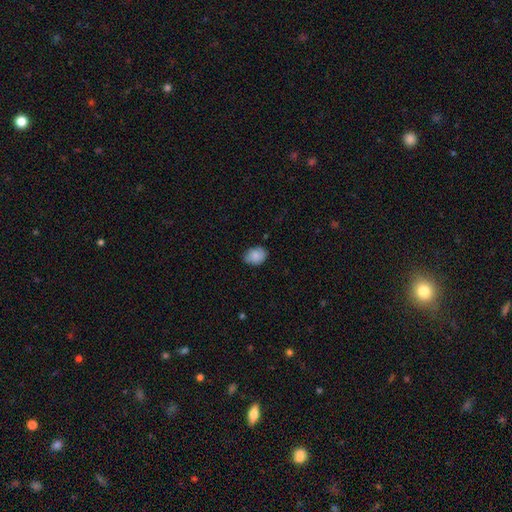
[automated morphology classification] smooth 86%, star or artifact 7%, featured or disk 7%. Down the decision tree: how rounded — in between (65%); merging — none (73%).